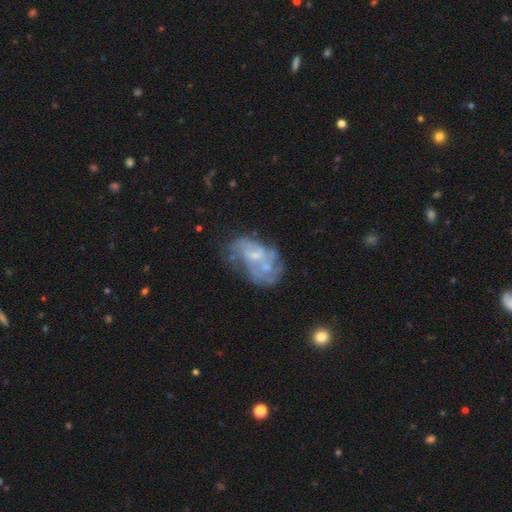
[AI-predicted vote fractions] A featured or disk galaxy (73%) with no bar (60%), spiral arms (65%) and a small central bulge (53%).

Vote fractions:
- Smooth or featured? featured or disk: 73% / smooth: 18% / star or artifact: 9%
- Edge-on disk? no: 97% / yes: 3%
- Bar? no: 60% / weak: 34% / strong: 6%
- Spiral arms? yes: 65% / no: 35%
- Bulge size? small: 53% / moderate: 25% / none: 20% / large: 2% / dominant: 1%
- Merging? none: 40% / minor disturbance: 23% / major disturbance: 22% / merger: 15%